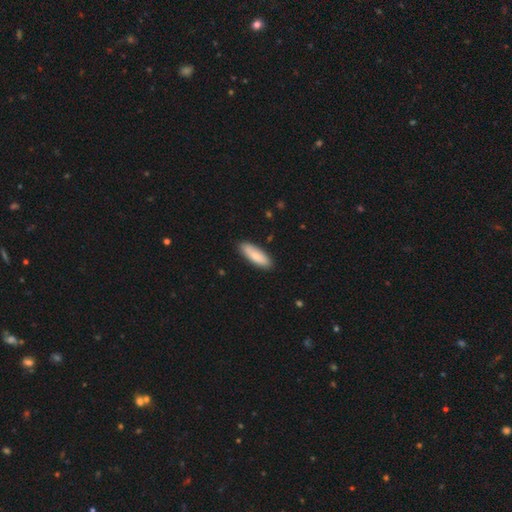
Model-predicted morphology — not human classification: smooth_or_featured: smooth (p=0.81) [alt: featured or disk p=0.14]
how_rounded: in between (p=0.60) [alt: cigar-shaped p=0.38]
merging: none (p=0.87) [alt: minor disturbance p=0.10]